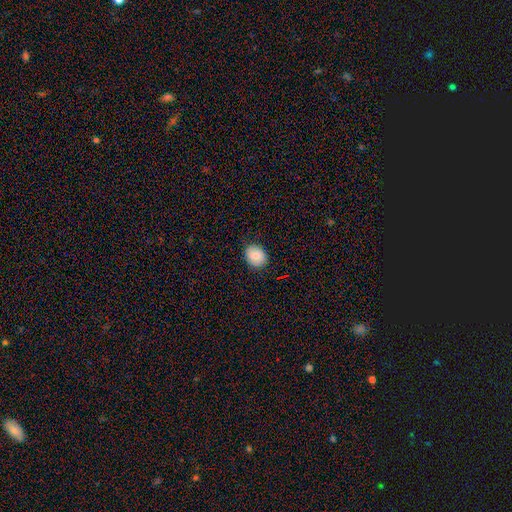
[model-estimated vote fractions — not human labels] Smooth or featured: smooth — 85% (star or artifact — 8%)
How rounded: round — 51% (in between — 48%)
Merging: none — 85% (minor disturbance — 12%)